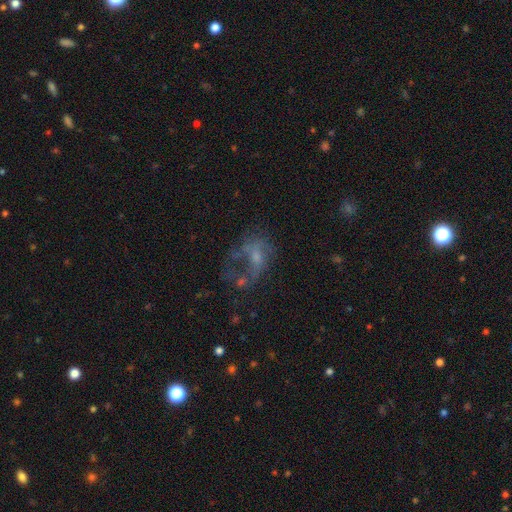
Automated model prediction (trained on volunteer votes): Smooth or featured?
  - featured or disk: 53% *
  - smooth: 29%
  - star or artifact: 18%
Edge-on disk?
  - no: 97% *
  - yes: 3%
Bar?
  - no: 71% *
  - weak: 25%
  - strong: 5%
Spiral arms?
  - no: 62% *
  - yes: 38%
Bulge size?
  - small: 39% *
  - moderate: 29%
  - none: 27%
  - large: 4%
  - dominant: 1%
Merging?
  - major disturbance: 45% *
  - none: 28%
  - minor disturbance: 15%
  - merger: 12%